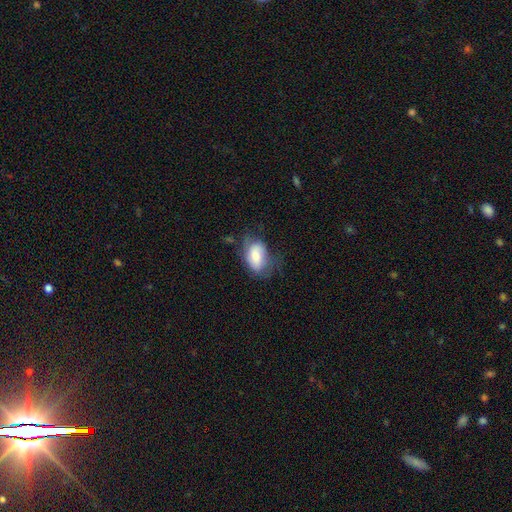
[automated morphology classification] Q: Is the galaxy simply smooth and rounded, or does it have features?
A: smooth — 69%.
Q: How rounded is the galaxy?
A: in between — 89%.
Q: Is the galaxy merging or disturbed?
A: none — 48%.